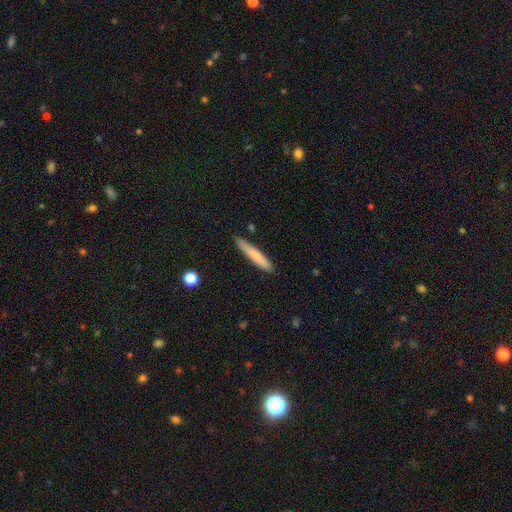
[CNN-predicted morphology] This is likely a smooth galaxy (76%). How rounded: clearly cigar-shaped (92%). Merging: clearly none (85%).